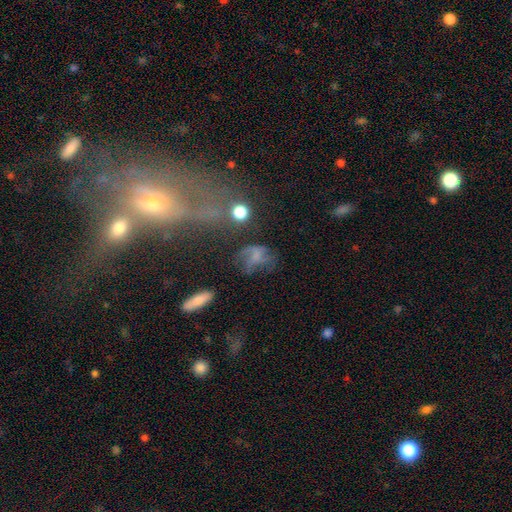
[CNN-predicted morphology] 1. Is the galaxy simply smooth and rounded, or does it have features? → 44% smooth, 38% featured or disk, 19% star or artifact.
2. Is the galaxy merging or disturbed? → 37% none, 36% major disturbance, 21% minor disturbance, 6% merger.